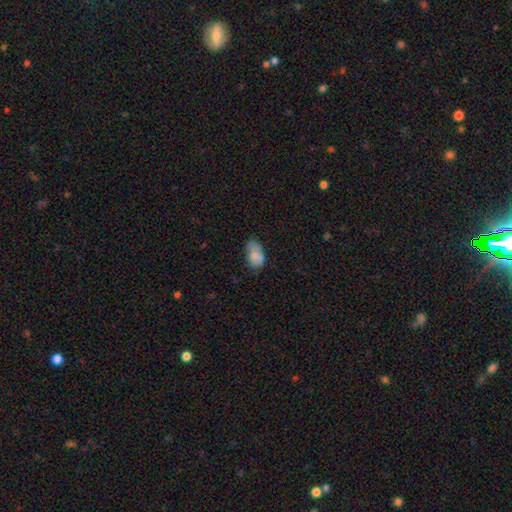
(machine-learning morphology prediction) This is likely a smooth galaxy (75%). How rounded: clearly in between (89%). Merging: marginally none (43%).